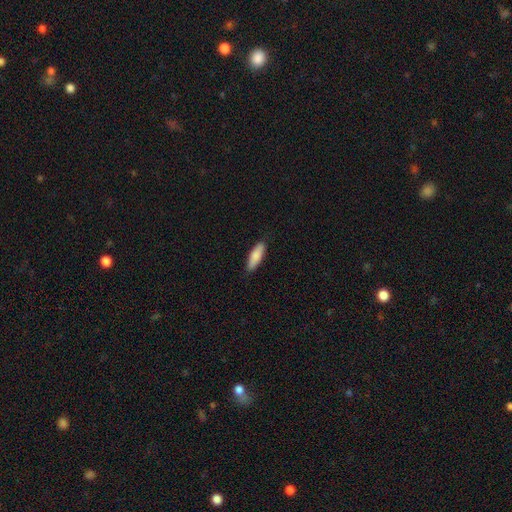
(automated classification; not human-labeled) Smooth or featured?
  - smooth: 86% *
  - featured or disk: 9%
  - star or artifact: 5%
How rounded?
  - in between: 50% *
  - cigar-shaped: 49%
  - round: 2%
Merging?
  - none: 87% *
  - minor disturbance: 10%
  - major disturbance: 2%
  - merger: 1%